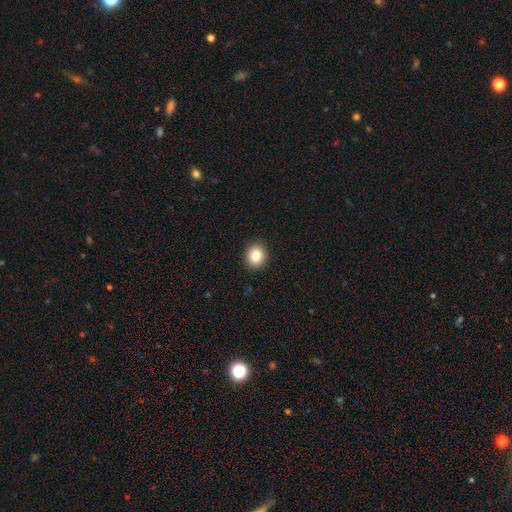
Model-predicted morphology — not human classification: Smooth or featured? smooth (84%)
How rounded? round (75%)
Merging? none (92%)